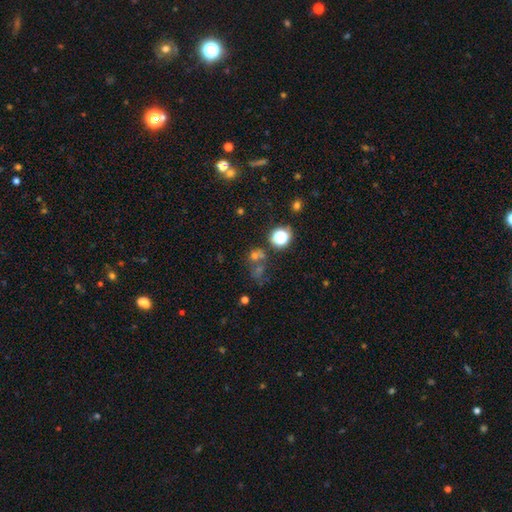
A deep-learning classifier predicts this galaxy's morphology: type=smooth (46%); merging=none (51%).